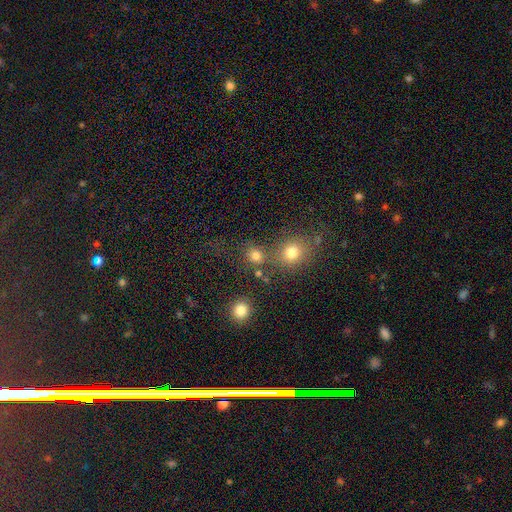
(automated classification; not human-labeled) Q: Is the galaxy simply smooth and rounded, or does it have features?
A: smooth — 78%.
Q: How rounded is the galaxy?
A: round — 80%.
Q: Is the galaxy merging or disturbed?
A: none — 64%.